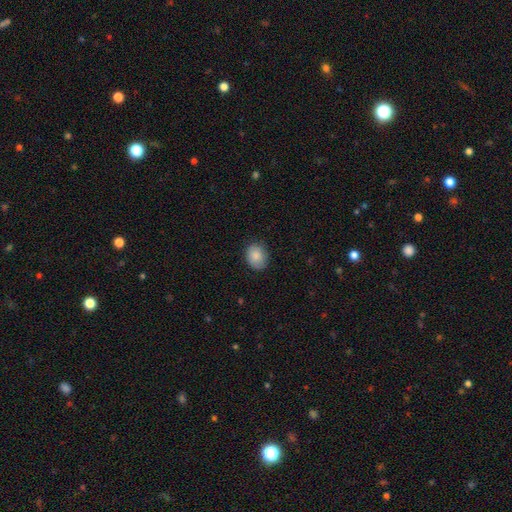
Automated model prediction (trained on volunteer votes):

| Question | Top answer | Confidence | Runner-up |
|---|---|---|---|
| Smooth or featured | smooth | 84% | featured or disk (9%) |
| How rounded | in between | 54% | round (45%) |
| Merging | none | 80% | minor disturbance (16%) |